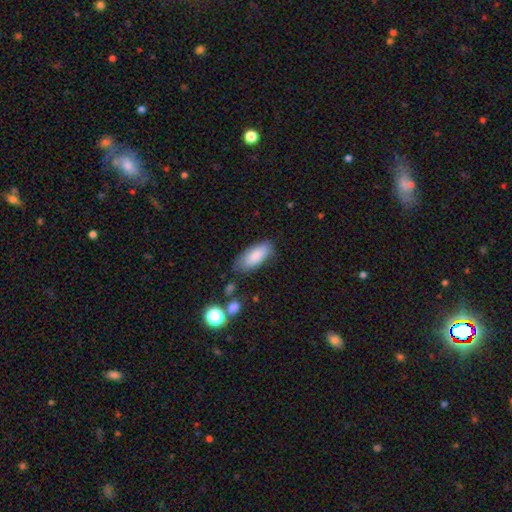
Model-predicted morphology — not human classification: smooth_or_featured: smooth (p=0.83) [alt: featured or disk p=0.10]
how_rounded: in between (p=0.84) [alt: cigar-shaped p=0.14]
merging: none (p=0.69) [alt: minor disturbance p=0.22]